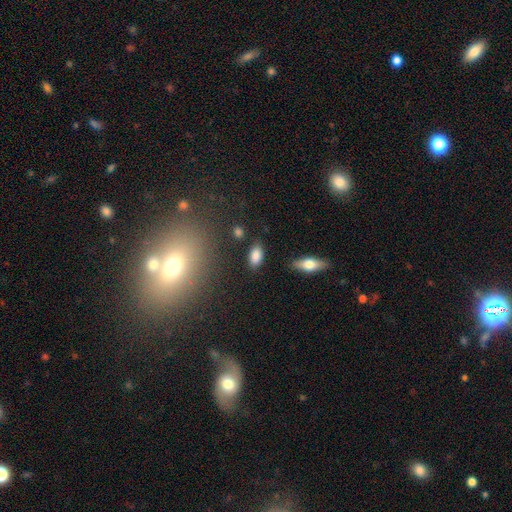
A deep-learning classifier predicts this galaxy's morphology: A smooth galaxy with no disk features (85%) that is in between round and cigar-shaped (91%). Merging: none (82%).